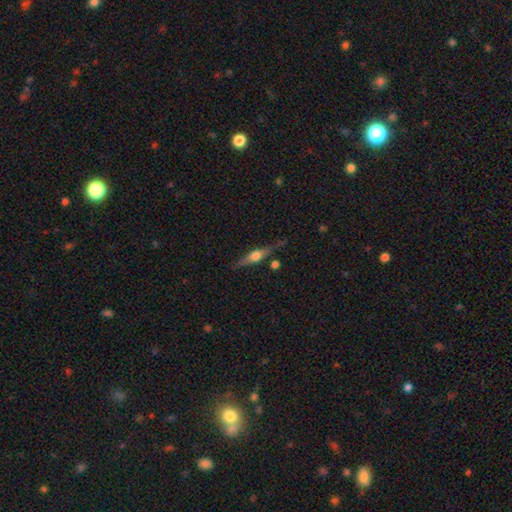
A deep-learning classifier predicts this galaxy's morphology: Smooth or featured?
  - featured or disk: 66% *
  - smooth: 27%
  - star or artifact: 7%
Edge-on disk?
  - yes: 95% *
  - no: 5%
Edge-on bulge?
  - rounded: 92% *
  - boxy: 5%
  - none: 3%
Merging?
  - none: 75% *
  - minor disturbance: 16%
  - merger: 5%
  - major disturbance: 4%